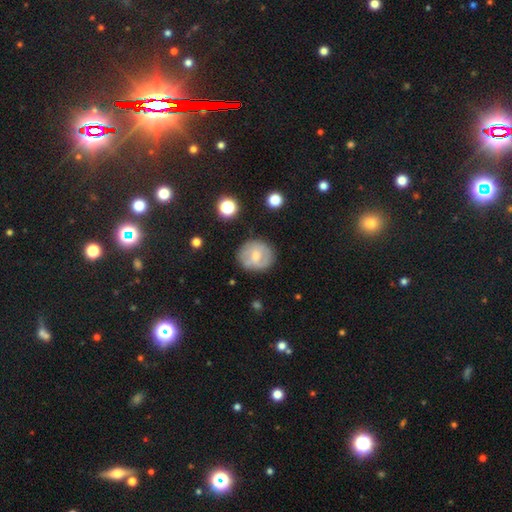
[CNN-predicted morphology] A featured or disk galaxy (48%).

Vote fractions:
- Smooth or featured? featured or disk: 48% / smooth: 45% / star or artifact: 7%
- Merging? none: 78% / minor disturbance: 15% / major disturbance: 5% / merger: 2%